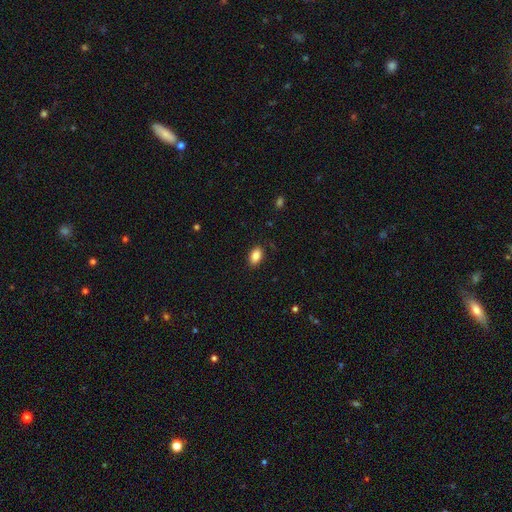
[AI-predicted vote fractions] Smooth or featured?
  - smooth: 87% *
  - star or artifact: 8%
  - featured or disk: 5%
How rounded?
  - in between: 91% *
  - round: 8%
  - cigar-shaped: 2%
Merging?
  - none: 87% *
  - minor disturbance: 9%
  - major disturbance: 2%
  - merger: 1%